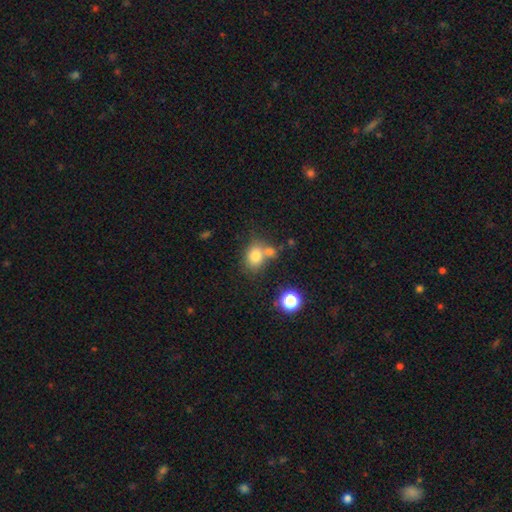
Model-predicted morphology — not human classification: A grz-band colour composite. It shows a smooth galaxy with no disk features (78%) that is round (51%). Merging: none (49%).